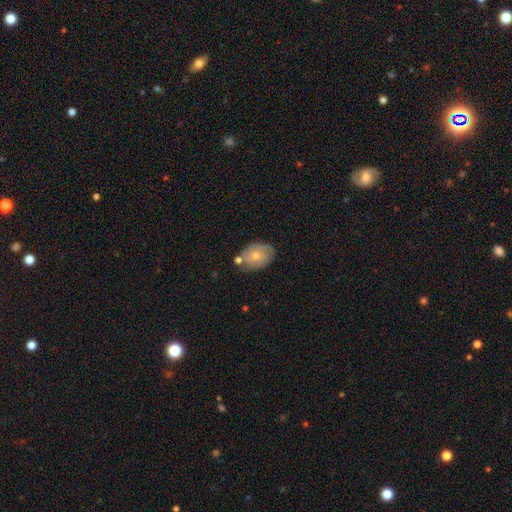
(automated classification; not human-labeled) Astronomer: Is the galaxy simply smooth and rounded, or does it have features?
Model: smooth — 62%.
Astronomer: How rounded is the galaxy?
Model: in between — 73%.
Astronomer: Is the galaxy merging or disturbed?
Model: none — 60%.